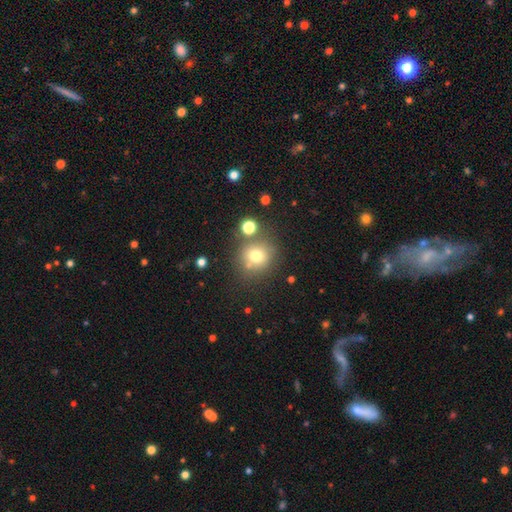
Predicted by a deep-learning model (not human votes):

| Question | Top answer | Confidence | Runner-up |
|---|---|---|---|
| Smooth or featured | smooth | 71% | star or artifact (15%) |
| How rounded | round | 87% | in between (12%) |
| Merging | none | 69% | merger (14%) |